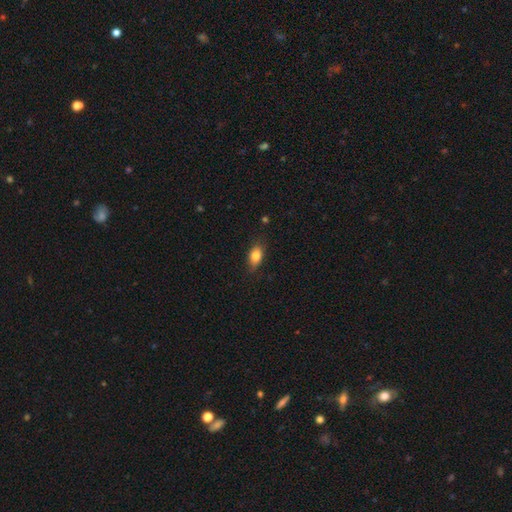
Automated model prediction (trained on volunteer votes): Smooth or featured?
  - smooth: 80% *
  - featured or disk: 11%
  - star or artifact: 9%
How rounded?
  - in between: 82% *
  - round: 12%
  - cigar-shaped: 6%
Merging?
  - none: 80% *
  - minor disturbance: 15%
  - major disturbance: 3%
  - merger: 1%